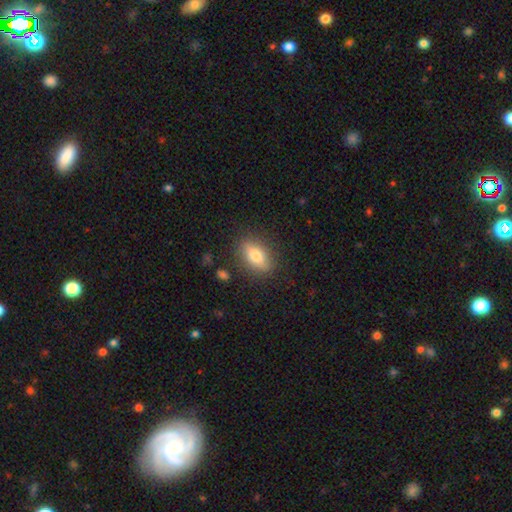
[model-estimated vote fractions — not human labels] Smooth or featured? smooth (69%)
How rounded? in between (76%)
Merging? none (84%)